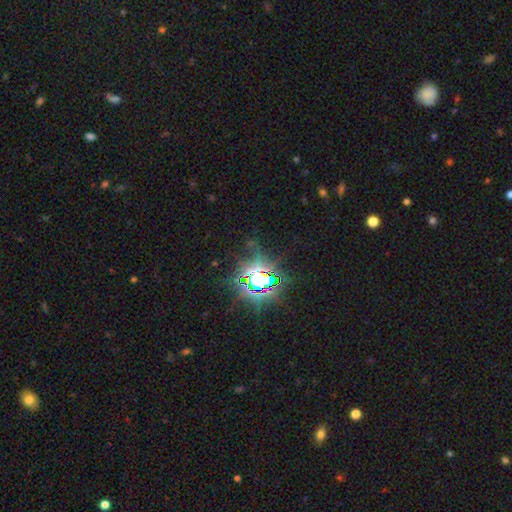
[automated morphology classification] The model was most divided on "smooth or featured": star or artifact: 83%, smooth: 9%, featured or disk: 8%.